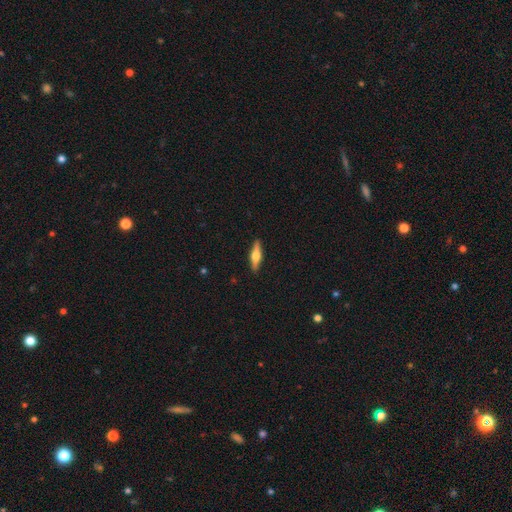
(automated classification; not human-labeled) Q: Smooth or featured?
A: featured or disk (58%); runner-up: smooth (37%)
Q: Edge-on disk?
A: yes (95%); runner-up: no (5%)
Q: Edge-on bulge?
A: rounded (94%); runner-up: boxy (4%)
Q: Merging?
A: none (91%); runner-up: minor disturbance (7%)